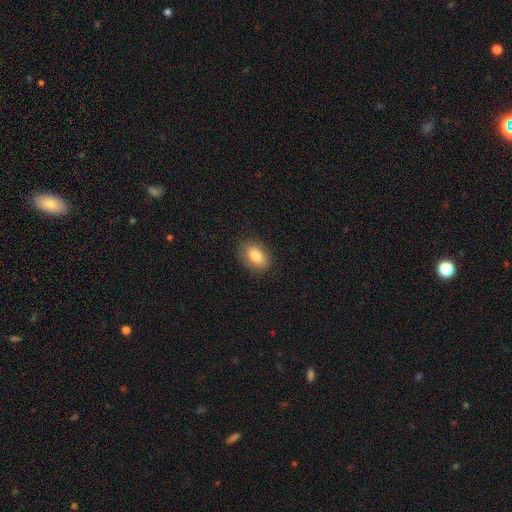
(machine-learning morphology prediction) smooth 83%, featured or disk 9%, star or artifact 8%. Down the decision tree: how rounded — in between (84%); merging — none (85%).